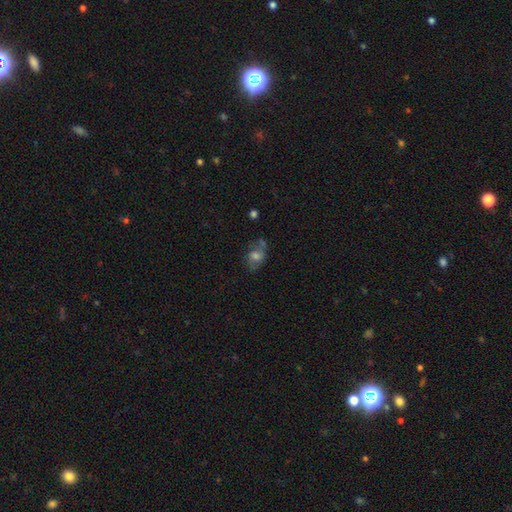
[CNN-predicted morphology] A smooth galaxy with no disk features (50%) that is in between round and cigar-shaped (66%). Merging: none (50%).